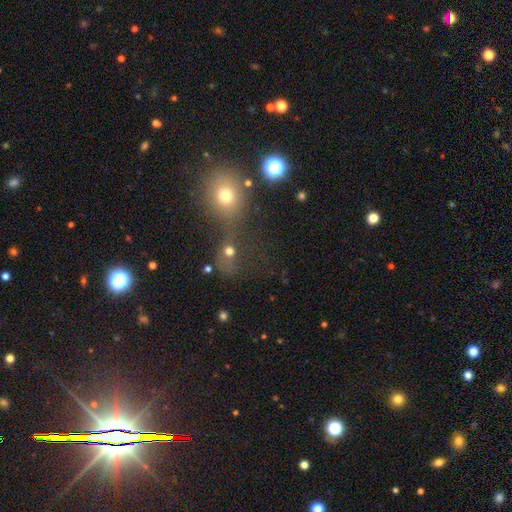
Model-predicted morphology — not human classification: A star or artifact, not a galaxy (50%).

Vote fractions:
- Smooth or featured? star or artifact: 50% / smooth: 37% / featured or disk: 12%